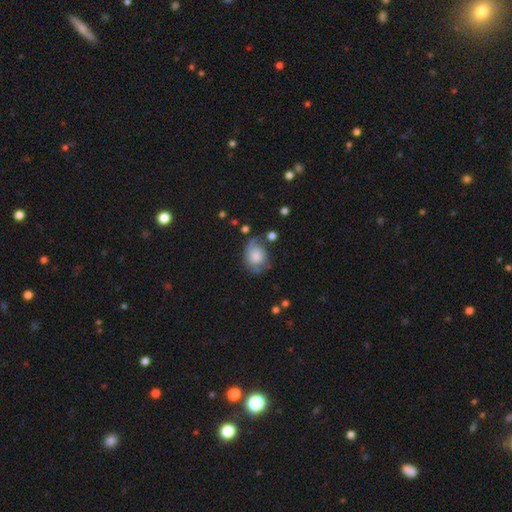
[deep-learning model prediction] Smooth or featured: smooth — 47% (featured or disk — 45%)
Merging: none — 45% (minor disturbance — 29%)